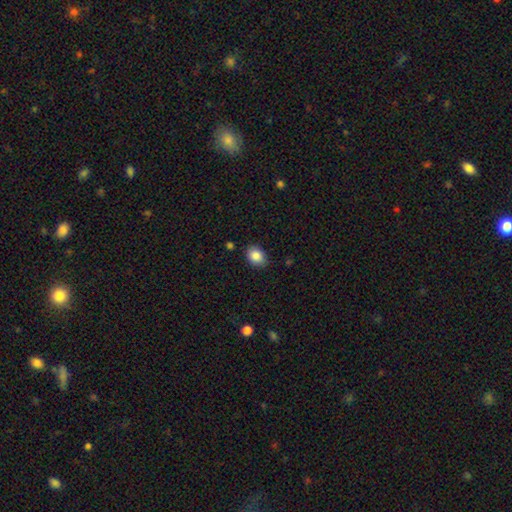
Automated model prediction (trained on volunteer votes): Morphology: type=smooth (87%); roundness=in between (68%); merging=none (83%).